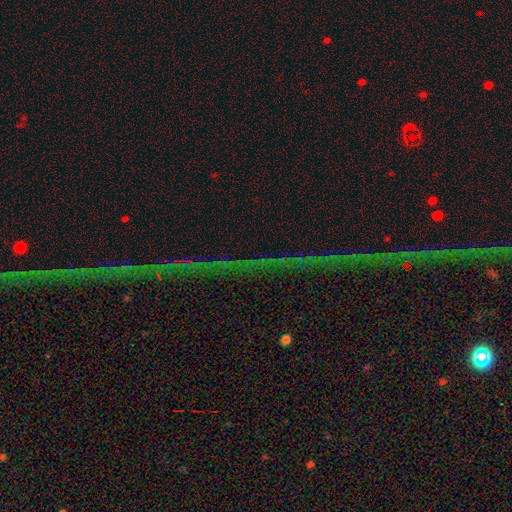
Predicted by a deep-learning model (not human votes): Overall: star or artifact (70%).